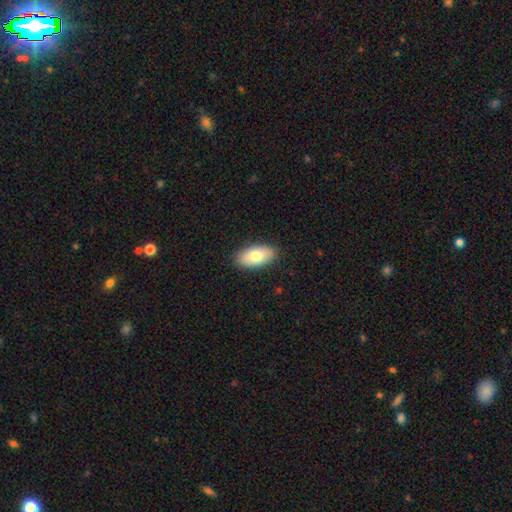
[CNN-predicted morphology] Q: Smooth or featured?
A: smooth (77%); runner-up: featured or disk (17%)
Q: How rounded?
A: in between (93%); runner-up: cigar-shaped (3%)
Q: Merging?
A: none (88%); runner-up: minor disturbance (9%)